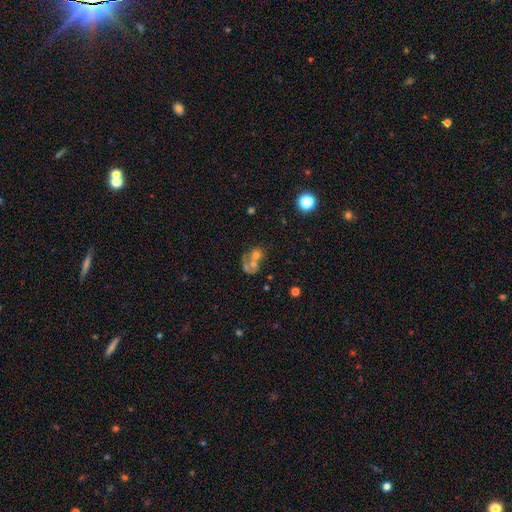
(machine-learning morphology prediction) Overall: smooth (49%; featured or disk 35%). Merging: merger (64%).